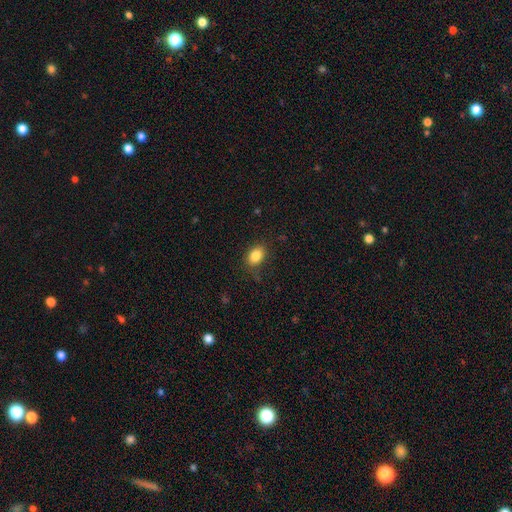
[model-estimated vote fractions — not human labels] A smooth galaxy with no disk features (84%) that is in between round and cigar-shaped (75%). Merging: none (81%).